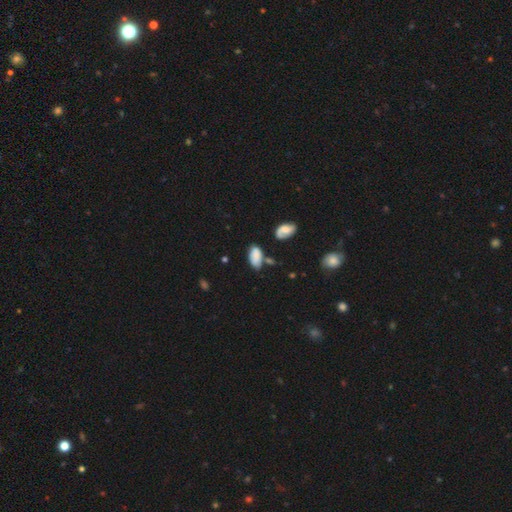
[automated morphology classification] Overall: smooth (79%). How rounded: in between (94%). Merging: none (58%; minor disturbance 26%).